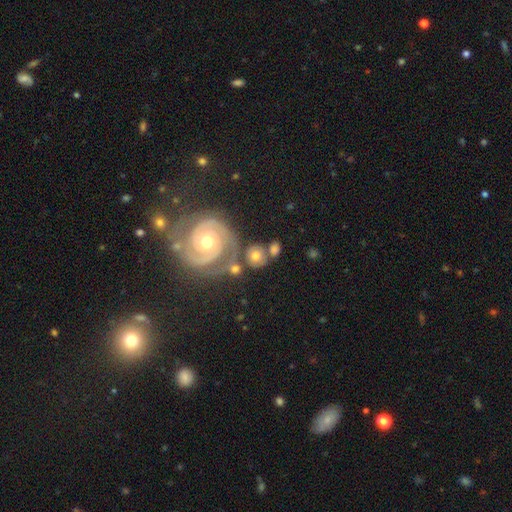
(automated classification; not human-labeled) Q: Smooth or featured?
A: smooth (52%); runner-up: featured or disk (40%)
Q: How rounded?
A: round (81%); runner-up: in between (17%)
Q: Merging?
A: none (62%); runner-up: merger (19%)